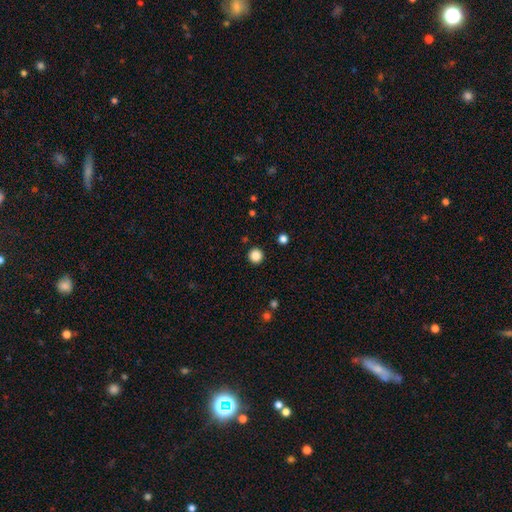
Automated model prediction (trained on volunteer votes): A smooth galaxy with no disk features (86%) that is round (95%). Merging: none (93%).